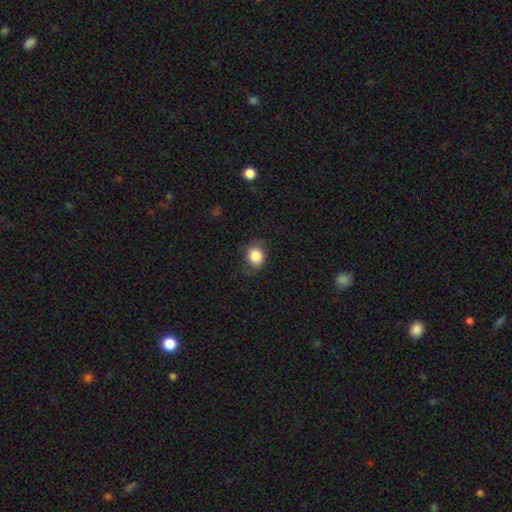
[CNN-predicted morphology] Q: Smooth or featured?
A: smooth (84%); runner-up: star or artifact (9%)
Q: How rounded?
A: round (73%); runner-up: in between (26%)
Q: Merging?
A: none (74%); runner-up: minor disturbance (18%)